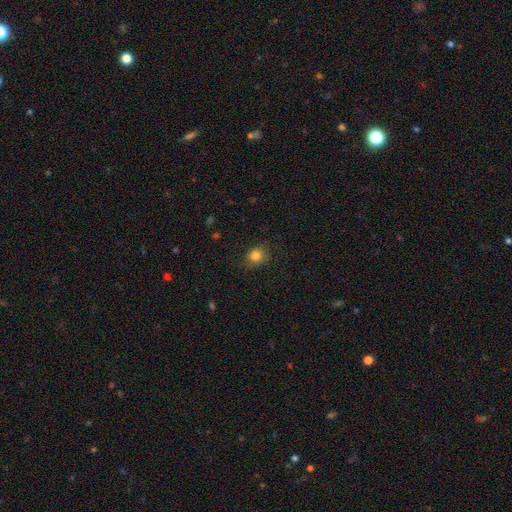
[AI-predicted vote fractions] This appears to be a smooth galaxy with no disk features (82%) that is round (61%). Merging: none (82%).